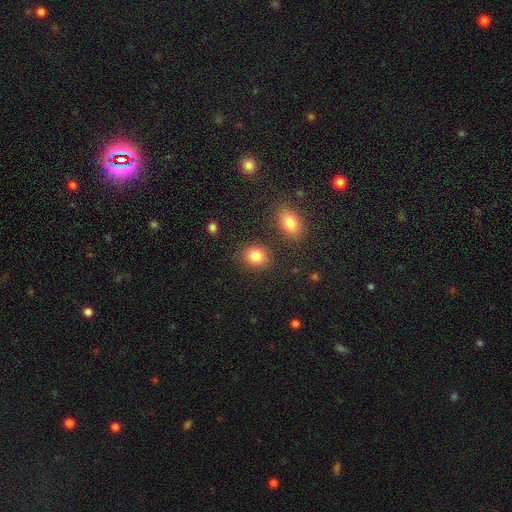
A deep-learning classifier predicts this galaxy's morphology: smooth 84%, star or artifact 10%, featured or disk 6%. Down the decision tree: how rounded — round (62%); merging — none (83%).